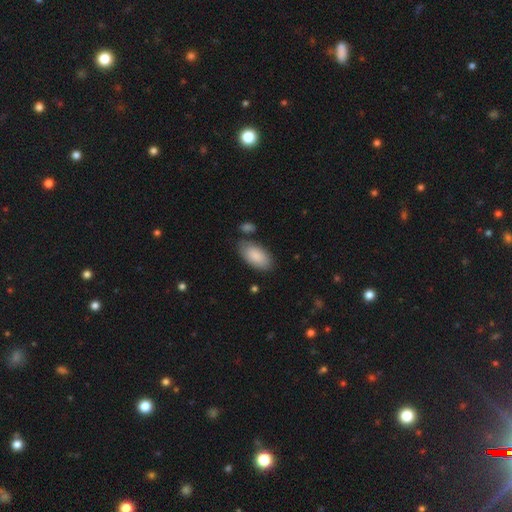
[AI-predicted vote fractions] smooth_or_featured: smooth (p=0.88) [alt: featured or disk p=0.07]
how_rounded: in between (p=0.94) [alt: cigar-shaped p=0.04]
merging: none (p=0.78) [alt: minor disturbance p=0.13]